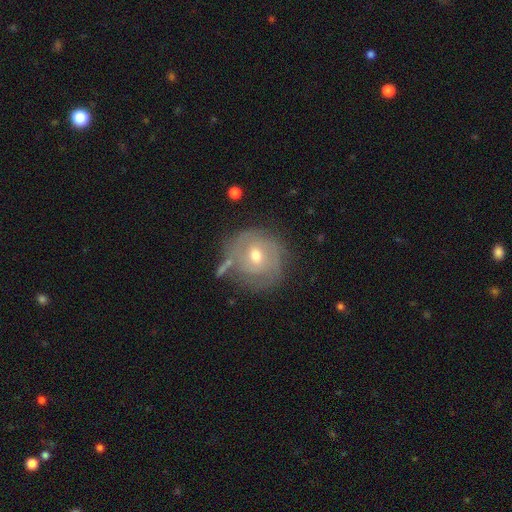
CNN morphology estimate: type=featured or disk (60%); edge-on=no (96%); bar=no (63%); spiral arms=yes (68%); bulge=moderate (70%); merging=none (65%).